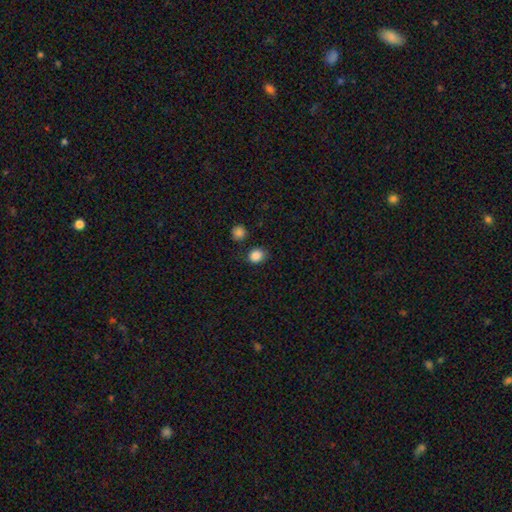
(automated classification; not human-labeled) Smooth or featured?
  - smooth: 86% *
  - star or artifact: 11%
  - featured or disk: 3%
How rounded?
  - round: 67% *
  - in between: 32%
  - cigar-shaped: 1%
Merging?
  - none: 79% *
  - minor disturbance: 12%
  - merger: 5%
  - major disturbance: 3%